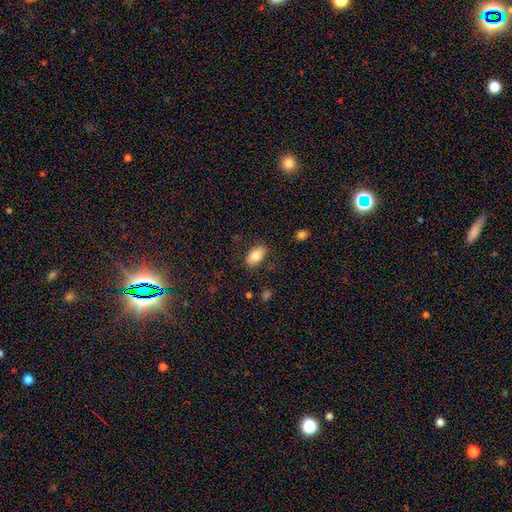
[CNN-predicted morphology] Q: Smooth or featured?
A: smooth (80%); runner-up: featured or disk (13%)
Q: How rounded?
A: in between (92%); runner-up: round (5%)
Q: Merging?
A: none (85%); runner-up: minor disturbance (11%)